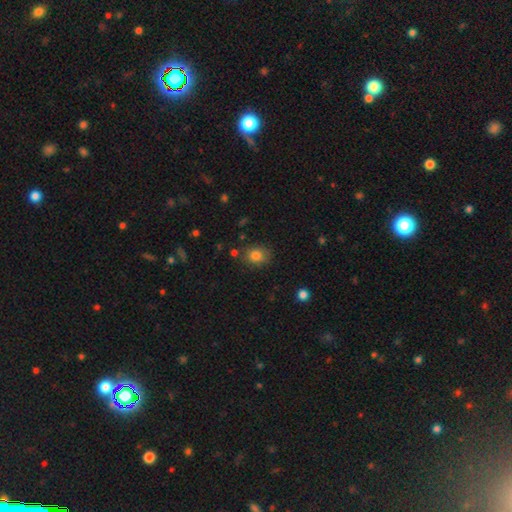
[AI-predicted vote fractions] Morphology: type=smooth (82%); roundness=round (56%); merging=none (79%).